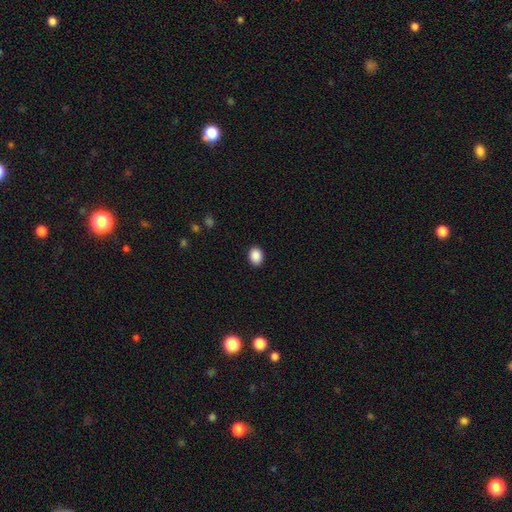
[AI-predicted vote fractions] smooth 90%, star or artifact 8%, featured or disk 2%. Down the decision tree: how rounded — in between (57%); merging — none (91%).